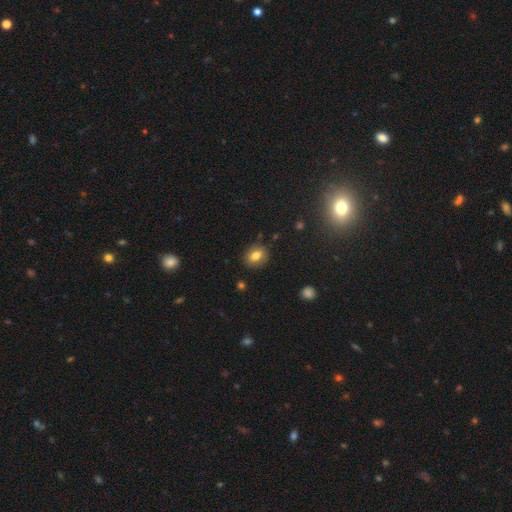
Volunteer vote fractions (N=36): A smooth galaxy with no disk features (86%) that is round (55%).

Vote fractions:
- Smooth or featured? smooth: 86% / featured or disk: 11% / star or artifact: 3%
- How rounded? round: 55% / in between: 42% / cigar-shaped: 3%
- Merging? none: 83% / minor disturbance: 6% / major disturbance: 6% / merger: 6%